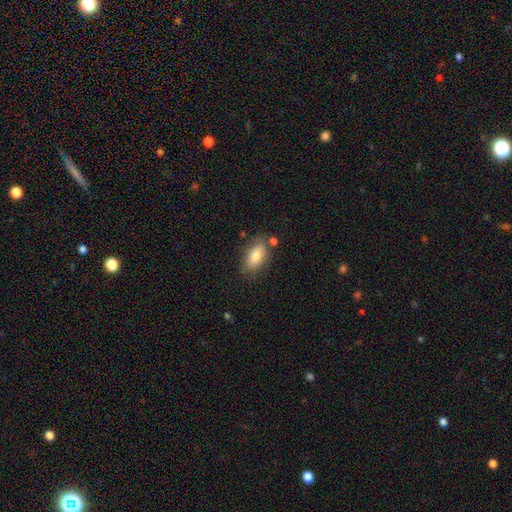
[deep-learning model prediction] Smooth or featured? smooth (79%)
How rounded? in between (90%)
Merging? none (74%)